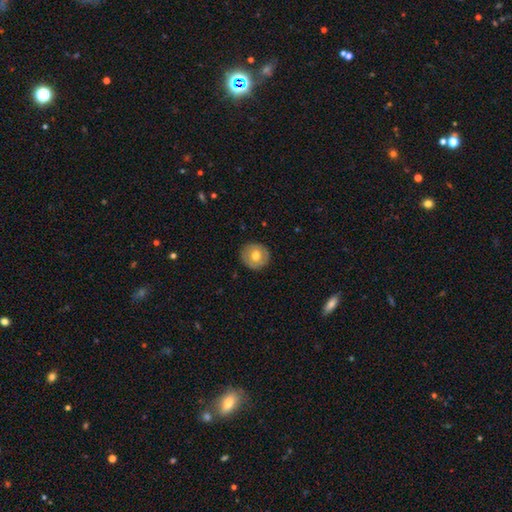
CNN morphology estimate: A smooth galaxy with no disk features (65%) that is round (90%).

Vote fractions:
- Smooth or featured? smooth: 65% / featured or disk: 28% / star or artifact: 7%
- How rounded? round: 90% / in between: 9% / cigar-shaped: 1%
- Merging? none: 89% / minor disturbance: 8% / major disturbance: 2% / merger: 1%